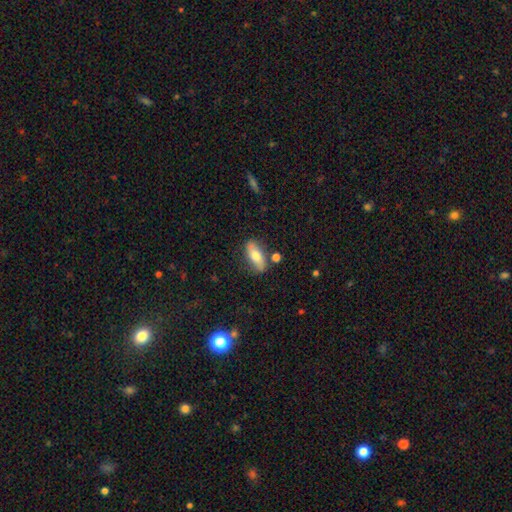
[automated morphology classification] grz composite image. It shows a smooth galaxy with no disk features (64%) that is in between round and cigar-shaped (77%). Merging: none (75%).